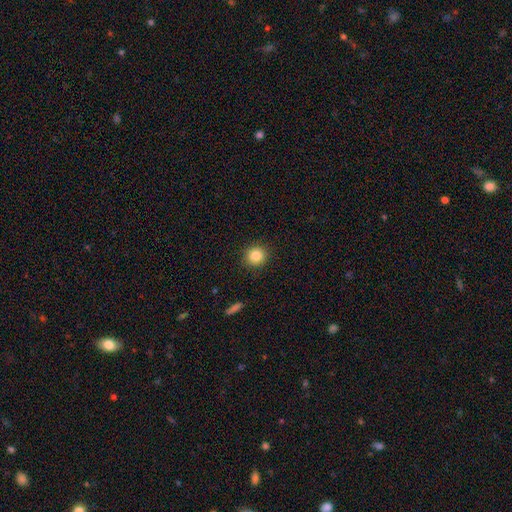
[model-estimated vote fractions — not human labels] Overall: smooth (85%). How rounded: round (91%). Merging: none (90%).